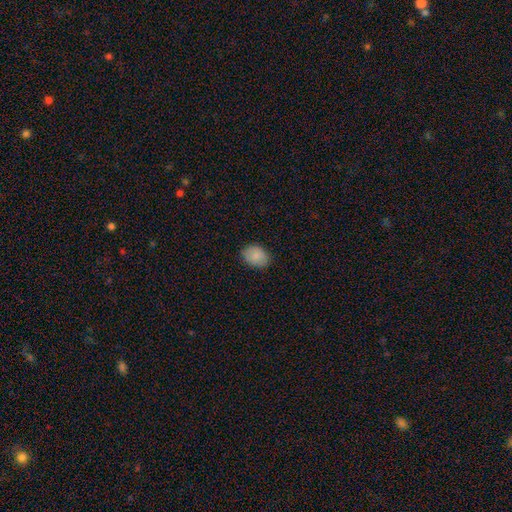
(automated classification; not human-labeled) Morphology: type=smooth (85%); roundness=in between (70%); merging=none (83%).